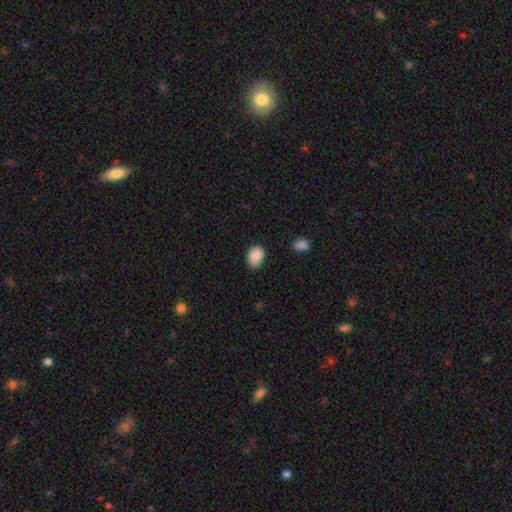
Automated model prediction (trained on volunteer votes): smooth_or_featured: smooth (p=0.88) [alt: star or artifact p=0.08]
how_rounded: in between (p=0.71) [alt: round p=0.28]
merging: none (p=0.78) [alt: minor disturbance p=0.18]